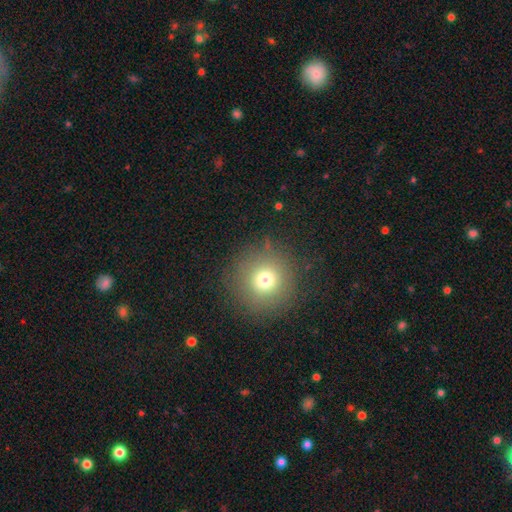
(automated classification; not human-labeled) This is likely a smooth galaxy (65%). How rounded: clearly round (95%). Merging: clearly none (91%).